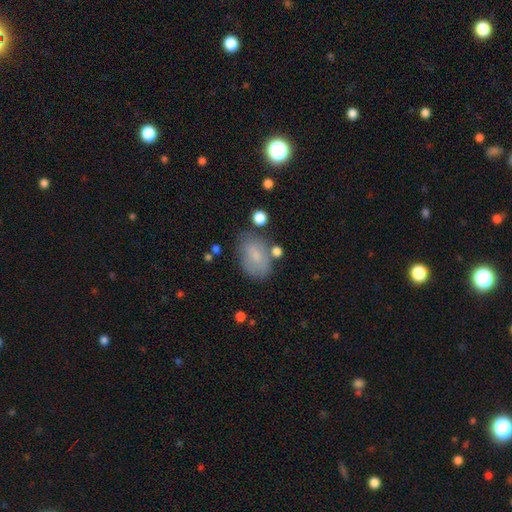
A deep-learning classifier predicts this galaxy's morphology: The model was most divided on "merging": none: 63%, minor disturbance: 21%, merger: 8%, major disturbance: 8%. More confident: how rounded — in between (82%); smooth or featured — smooth (71%).